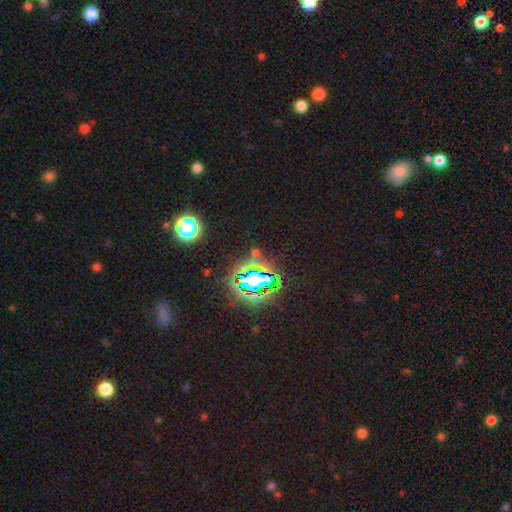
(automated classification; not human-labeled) Smooth or featured? star or artifact (73%)